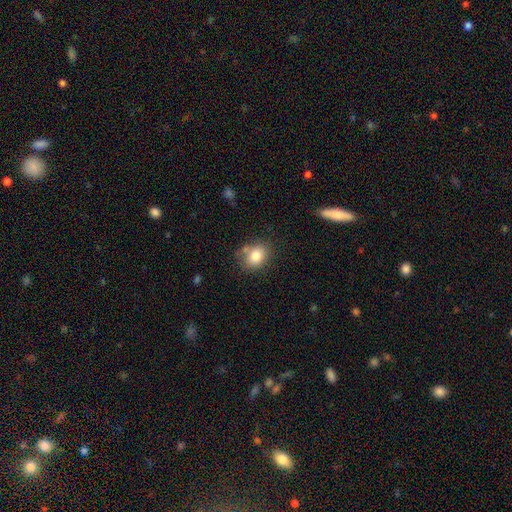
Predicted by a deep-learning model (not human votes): Morphology: type=smooth (81%); roundness=in between (57%); merging=none (68%).